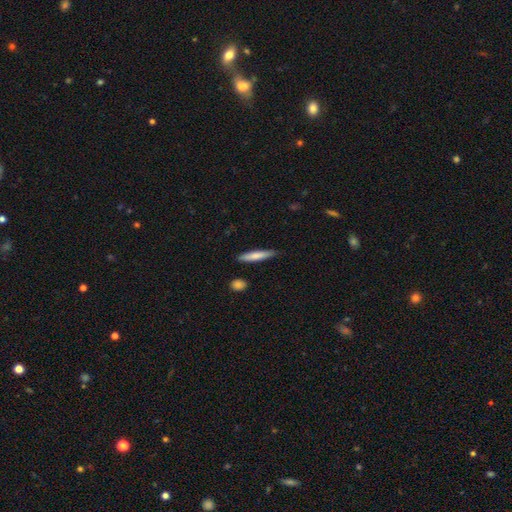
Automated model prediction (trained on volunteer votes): Smooth or featured?
  - smooth: 74% *
  - featured or disk: 21%
  - star or artifact: 6%
How rounded?
  - cigar-shaped: 89% *
  - in between: 10%
  - round: 1%
Merging?
  - none: 85% *
  - minor disturbance: 11%
  - merger: 2%
  - major disturbance: 2%